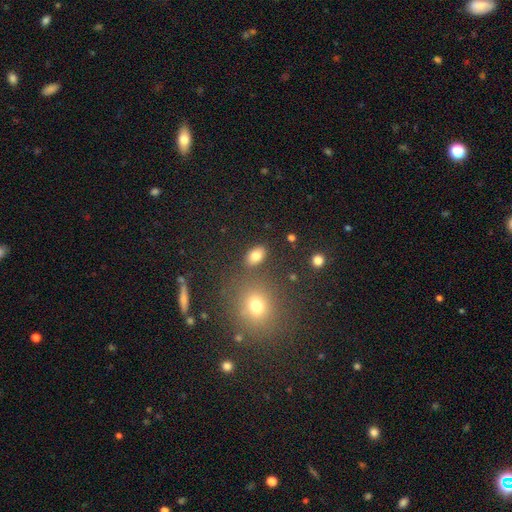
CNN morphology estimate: Smooth or featured? Predicted: smooth (p=0.81). How rounded? Predicted: in between (p=0.85). Merging? Predicted: none (p=0.82).